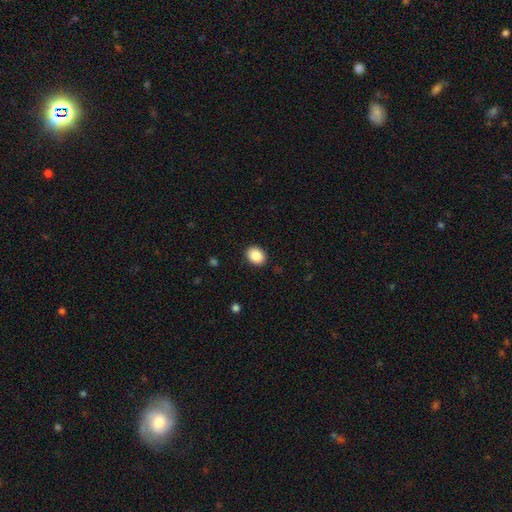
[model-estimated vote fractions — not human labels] This appears to be a smooth galaxy with no disk features (88%) that is in between round and cigar-shaped (56%). Merging: none (90%).